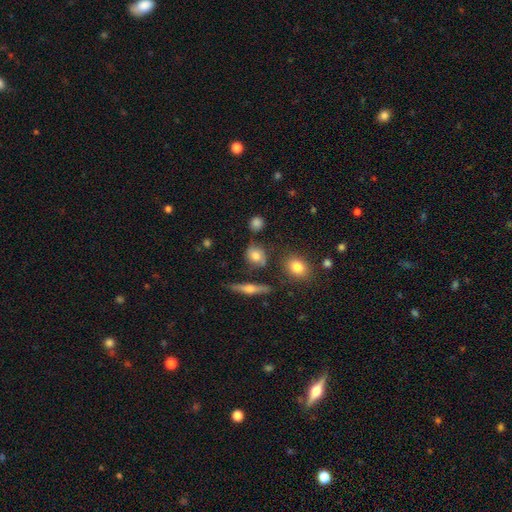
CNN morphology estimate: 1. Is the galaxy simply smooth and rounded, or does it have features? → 62% smooth, 27% featured or disk, 11% star or artifact.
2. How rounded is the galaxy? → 64% round, 32% in between, 4% cigar-shaped.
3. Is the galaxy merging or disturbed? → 66% none, 19% minor disturbance, 8% merger, 7% major disturbance.